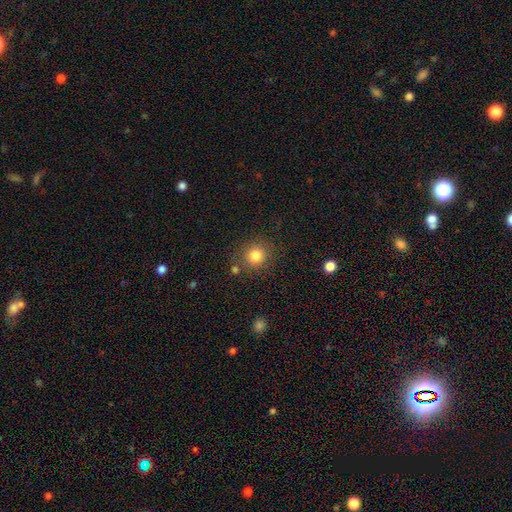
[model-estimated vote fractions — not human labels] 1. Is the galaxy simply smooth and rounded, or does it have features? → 82% smooth, 11% star or artifact, 6% featured or disk.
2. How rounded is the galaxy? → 89% round, 10% in between, 1% cigar-shaped.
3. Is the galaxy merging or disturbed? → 82% none, 9% minor disturbance, 5% merger, 3% major disturbance.